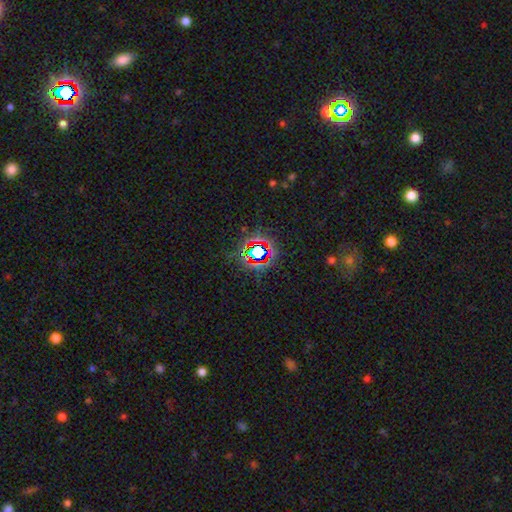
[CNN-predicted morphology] Smooth or featured: star or artifact — 75% (smooth — 15%)